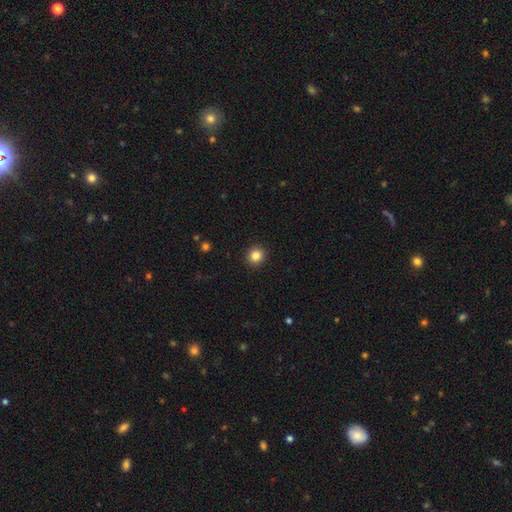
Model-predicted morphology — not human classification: Smooth or featured? Predicted: smooth (p=0.85). How rounded? Predicted: round (p=0.89). Merging? Predicted: none (p=0.93).